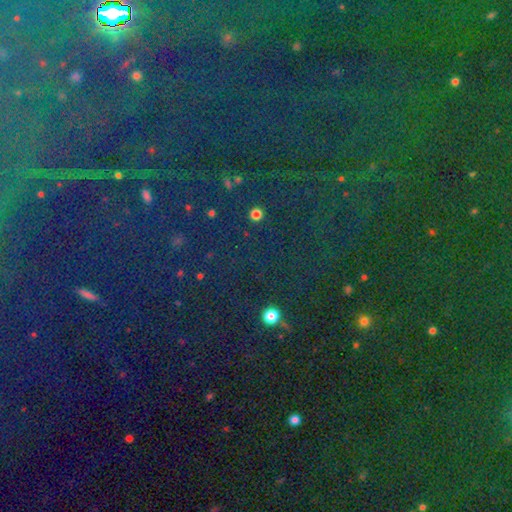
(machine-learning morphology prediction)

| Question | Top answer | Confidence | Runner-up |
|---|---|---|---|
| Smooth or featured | star or artifact | 81% | smooth (12%) |